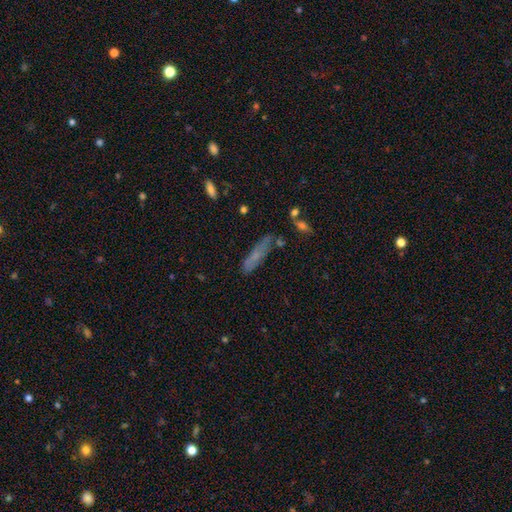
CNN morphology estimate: Q: Smooth or featured?
A: smooth (60%); runner-up: featured or disk (28%)
Q: How rounded?
A: cigar-shaped (78%); runner-up: in between (19%)
Q: Merging?
A: none (70%); runner-up: minor disturbance (19%)